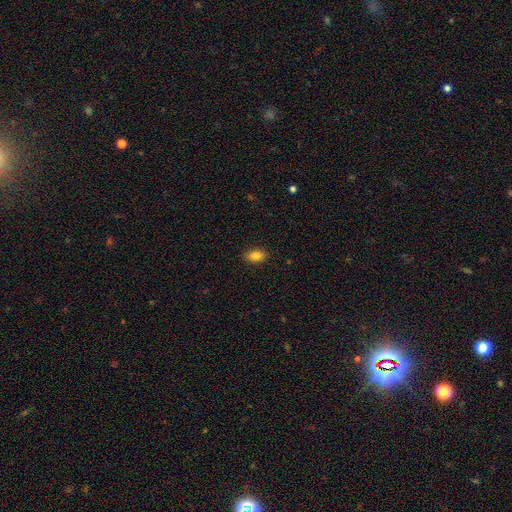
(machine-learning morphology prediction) Overall: smooth (85%). How rounded: in between (88%). Merging: none (89%).